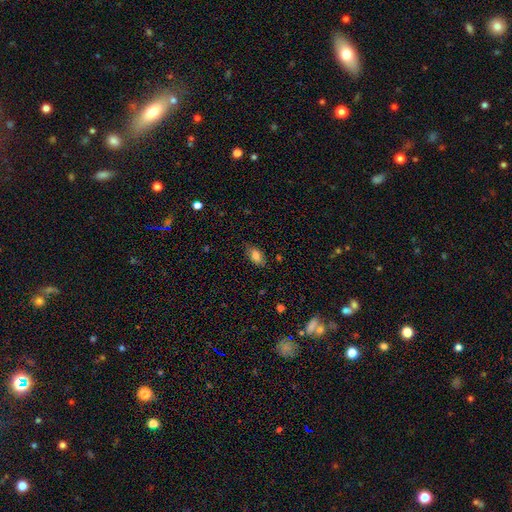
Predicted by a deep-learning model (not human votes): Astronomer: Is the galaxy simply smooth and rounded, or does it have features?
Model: smooth — 81%.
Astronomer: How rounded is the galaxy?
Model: in between — 90%.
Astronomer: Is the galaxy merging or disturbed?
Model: none — 77%.